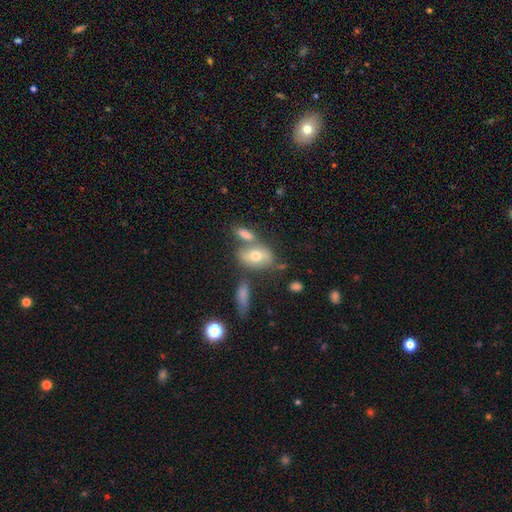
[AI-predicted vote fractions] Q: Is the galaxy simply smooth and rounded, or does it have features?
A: smooth — 58%.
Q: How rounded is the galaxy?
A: in between — 80%.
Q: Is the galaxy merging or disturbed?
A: none — 47%.